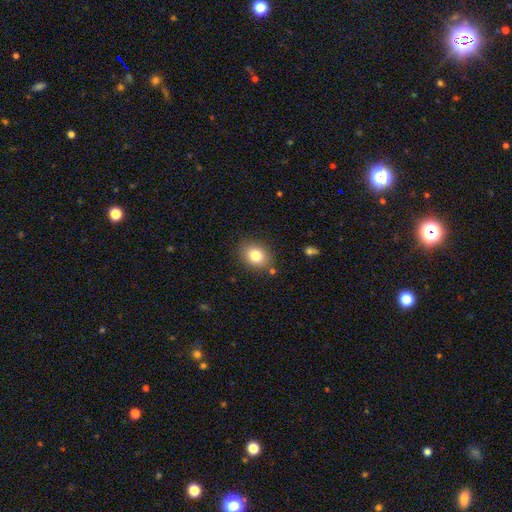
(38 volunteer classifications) Smooth or featured? smooth (87%)
How rounded? in between (64%)
Merging? none (77%)